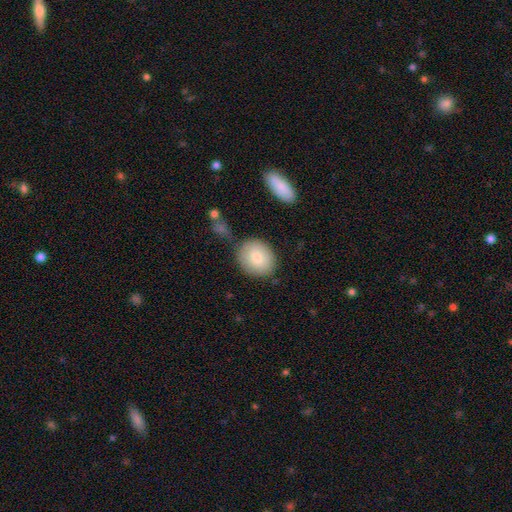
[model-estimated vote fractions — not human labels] Smooth or featured: smooth — 81% (featured or disk — 13%)
How rounded: round — 68% (in between — 31%)
Merging: none — 72% (minor disturbance — 16%)